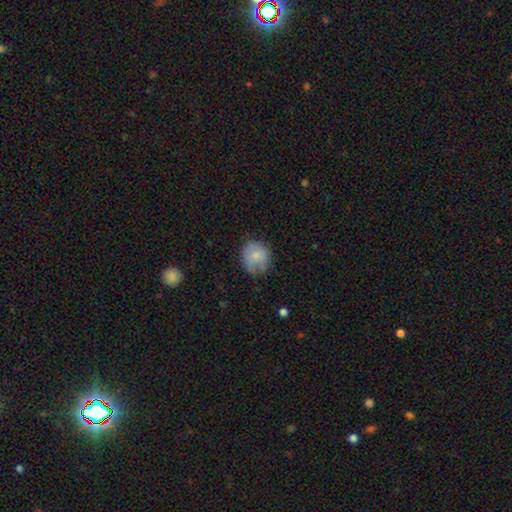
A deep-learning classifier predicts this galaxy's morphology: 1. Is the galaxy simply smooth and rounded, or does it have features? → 74% smooth, 18% featured or disk, 8% star or artifact.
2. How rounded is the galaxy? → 73% round, 26% in between, 1% cigar-shaped.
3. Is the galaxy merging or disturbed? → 59% none, 29% minor disturbance, 10% major disturbance, 2% merger.